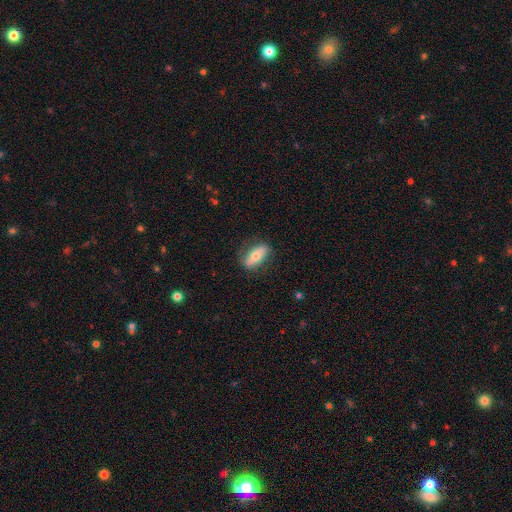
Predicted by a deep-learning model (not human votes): Smooth or featured: smooth — 58% (featured or disk — 36%)
How rounded: in between — 77% (cigar-shaped — 18%)
Merging: none — 79% (minor disturbance — 15%)